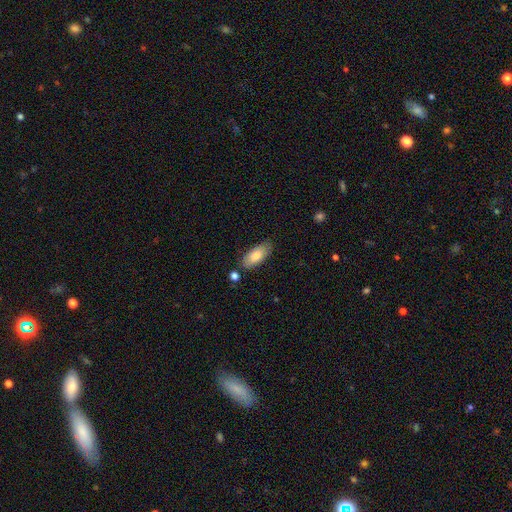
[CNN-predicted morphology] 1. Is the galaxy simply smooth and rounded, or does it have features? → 79% smooth, 15% featured or disk, 6% star or artifact.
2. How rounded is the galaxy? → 86% in between, 11% cigar-shaped, 2% round.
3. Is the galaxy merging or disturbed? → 77% none, 15% minor disturbance, 5% merger, 3% major disturbance.